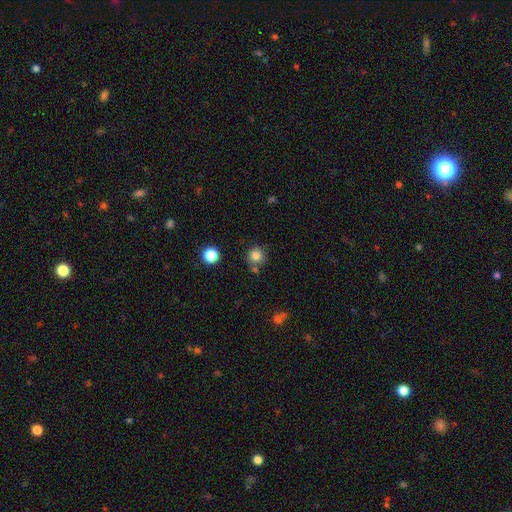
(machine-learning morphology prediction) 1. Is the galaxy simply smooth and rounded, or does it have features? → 82% smooth, 12% star or artifact, 6% featured or disk.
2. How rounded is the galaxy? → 93% round, 6% in between, 1% cigar-shaped.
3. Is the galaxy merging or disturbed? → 74% none, 12% minor disturbance, 11% merger, 4% major disturbance.